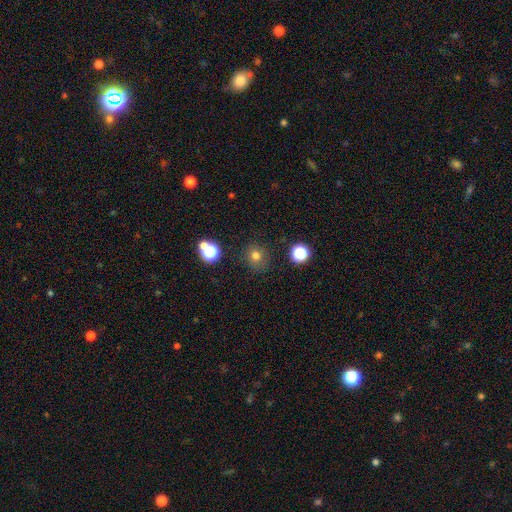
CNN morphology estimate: A smooth galaxy with no disk features (74%) that is round (88%). Merging: none (84%).